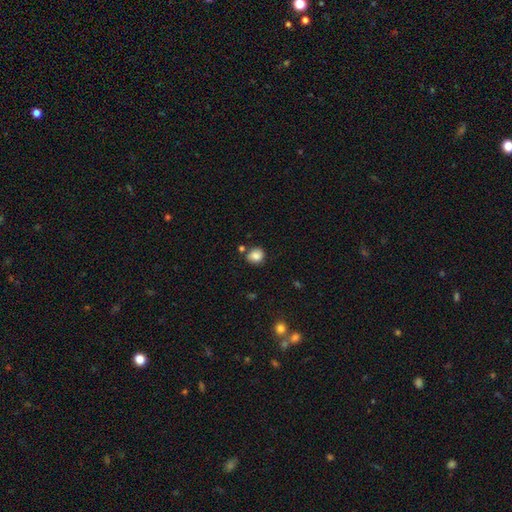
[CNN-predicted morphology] A smooth galaxy with no disk features (84%) that is round (80%).

Vote fractions:
- Smooth or featured? smooth: 84% / star or artifact: 9% / featured or disk: 6%
- How rounded? round: 80% / in between: 19% / cigar-shaped: 1%
- Merging? none: 74% / minor disturbance: 14% / merger: 8% / major disturbance: 4%